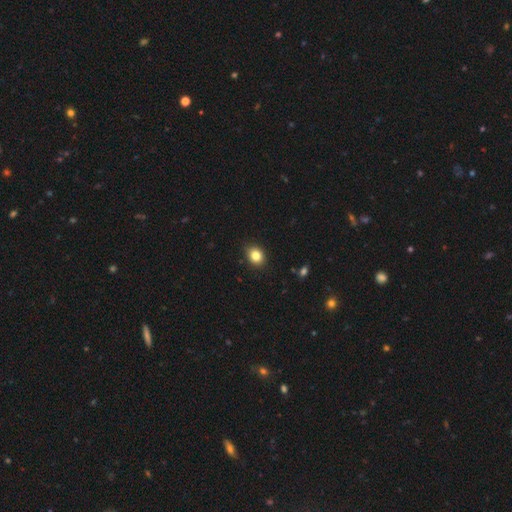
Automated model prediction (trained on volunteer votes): smooth 84%, star or artifact 10%, featured or disk 6%. Down the decision tree: how rounded — round (50%); merging — none (87%).